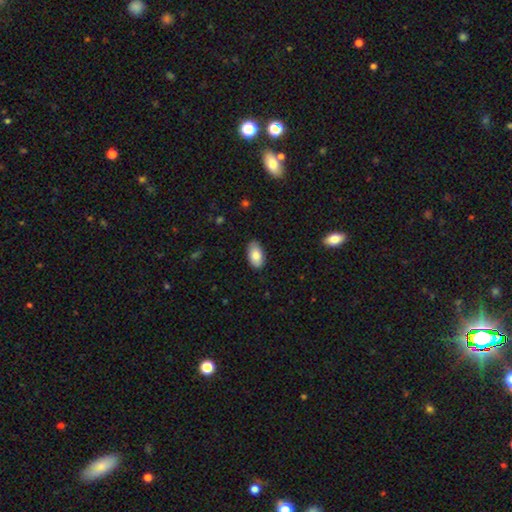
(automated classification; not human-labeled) A smooth galaxy with no disk features (84%) that is in between round and cigar-shaped (95%). Merging: none (85%).